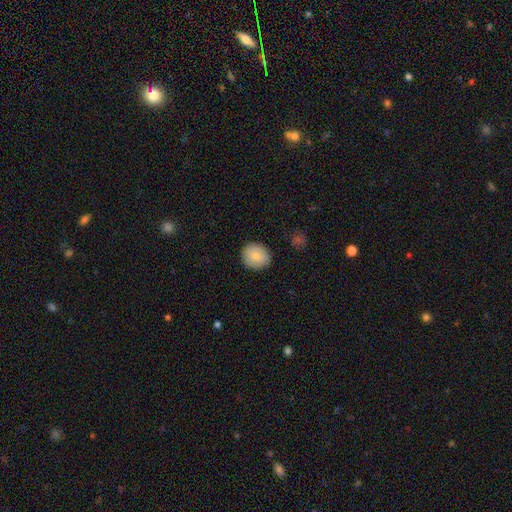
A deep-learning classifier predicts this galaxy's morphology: Q: Smooth or featured?
A: smooth (83%); runner-up: featured or disk (9%)
Q: How rounded?
A: round (79%); runner-up: in between (20%)
Q: Merging?
A: none (87%); runner-up: minor disturbance (10%)